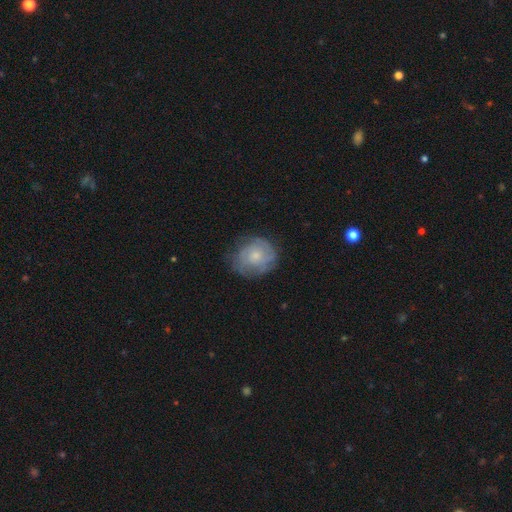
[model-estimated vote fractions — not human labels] Morphology: type=featured or disk (55%); edge-on=no (97%); bar=no (82%); spiral arms=yes (74%); bulge=small (57%); merging=none (69%).